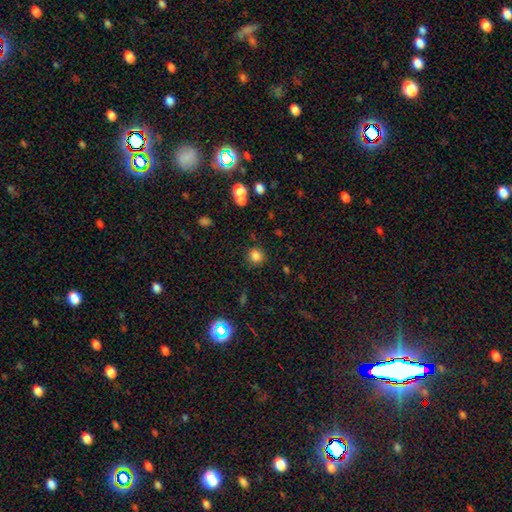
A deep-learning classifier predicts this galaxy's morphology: smooth 82%, star or artifact 13%, featured or disk 5%. Down the decision tree: how rounded — round (89%); merging — none (85%).